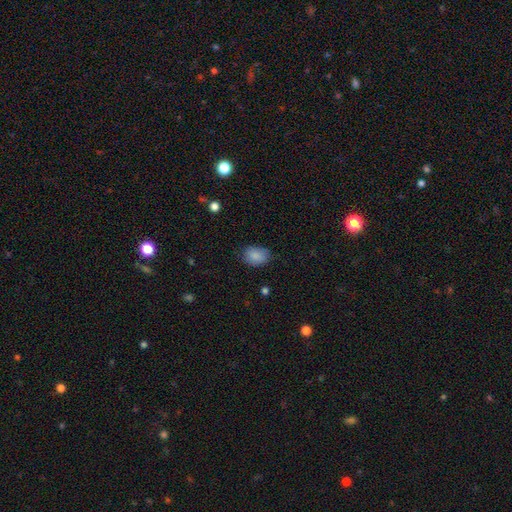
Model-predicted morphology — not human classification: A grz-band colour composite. It shows a smooth galaxy with no disk features (86%) that is in between round and cigar-shaped (73%). Merging: none (74%).